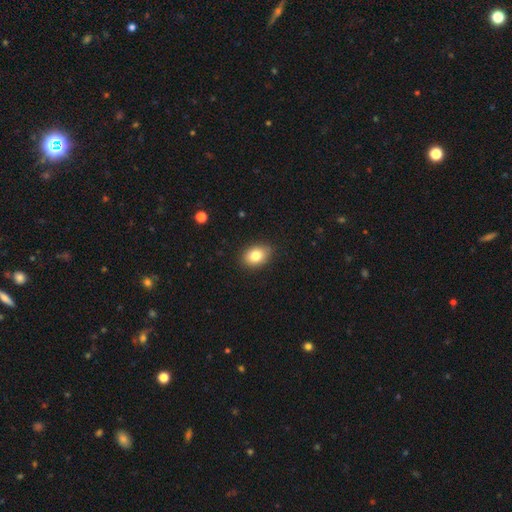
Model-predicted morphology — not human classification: A smooth galaxy with no disk features (82%) that is in between round and cigar-shaped (74%).

Vote fractions:
- Smooth or featured? smooth: 82% / featured or disk: 9% / star or artifact: 9%
- How rounded? in between: 74% / round: 25% / cigar-shaped: 1%
- Merging? none: 86% / minor disturbance: 10% / major disturbance: 2% / merger: 1%